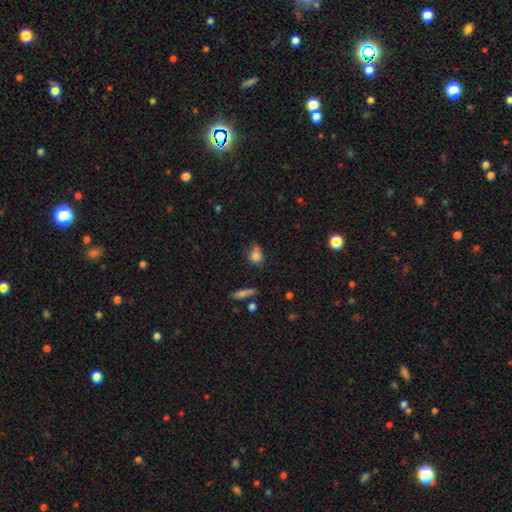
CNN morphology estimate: Smooth or featured? Predicted: smooth (p=0.80). How rounded? Predicted: round (p=0.52). Merging? Predicted: none (p=0.52).